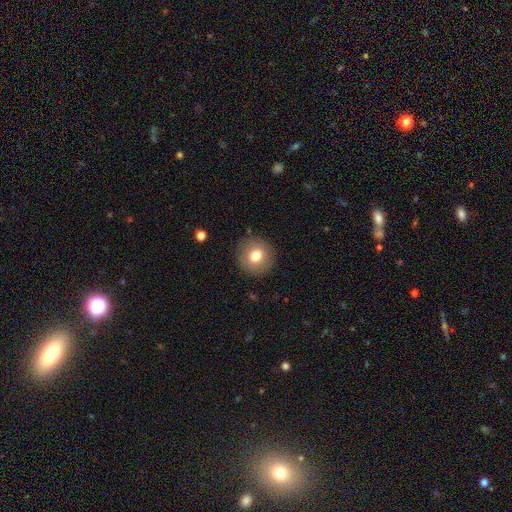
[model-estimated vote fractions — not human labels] A smooth galaxy with no disk features (76%) that is round (92%). Merging: none (89%).